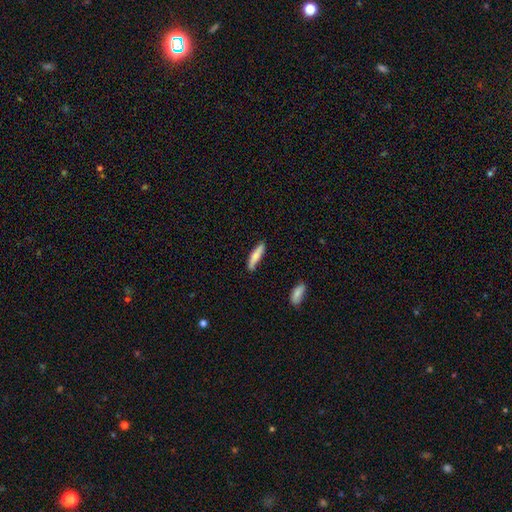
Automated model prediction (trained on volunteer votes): Smooth or featured: smooth — 72% (featured or disk — 22%)
How rounded: cigar-shaped — 81% (in between — 17%)
Merging: none — 79% (minor disturbance — 16%)